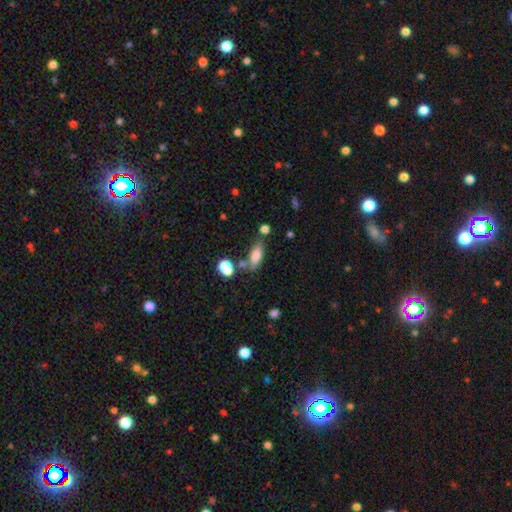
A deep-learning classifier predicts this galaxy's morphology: A smooth galaxy with no disk features (76%) that is in between round and cigar-shaped (77%). Merging: none (64%).